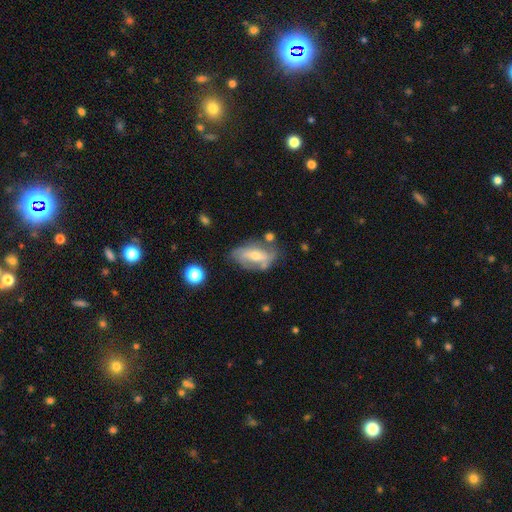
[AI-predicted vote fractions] Smooth or featured?
  - featured or disk: 58% *
  - smooth: 34%
  - star or artifact: 8%
Edge-on disk?
  - no: 88% *
  - yes: 12%
Bar?
  - no: 41% *
  - weak: 33%
  - strong: 26%
Spiral arms?
  - yes: 66% *
  - no: 34%
Bulge size?
  - moderate: 51% *
  - small: 43%
  - large: 3%
  - none: 2%
  - dominant: 1%
Merging?
  - none: 51% *
  - minor disturbance: 27%
  - major disturbance: 13%
  - merger: 9%